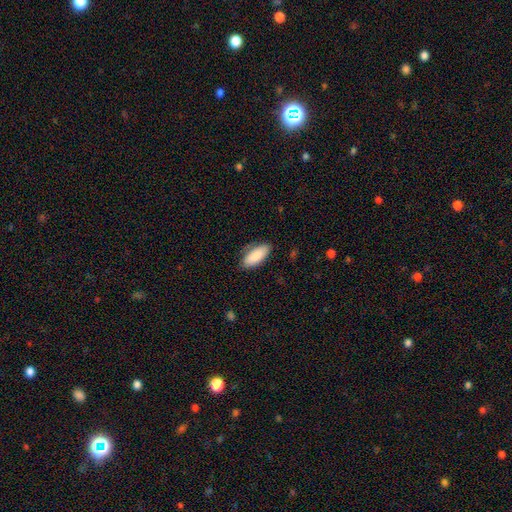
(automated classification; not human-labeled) Smooth or featured? smooth (88%)
How rounded? in between (84%)
Merging? none (78%)